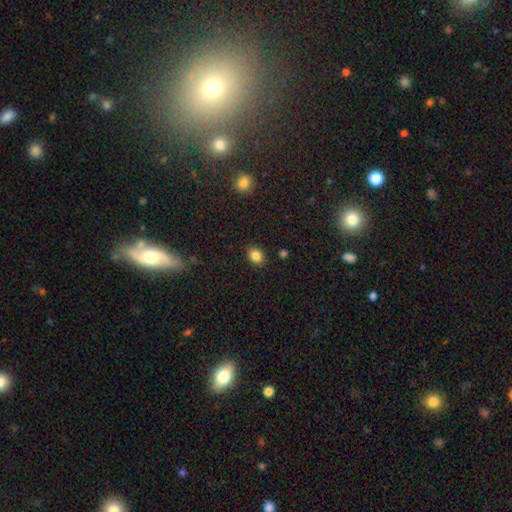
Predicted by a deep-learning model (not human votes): smooth 85%, star or artifact 11%, featured or disk 4%. Down the decision tree: how rounded — in between (53%); merging — none (88%).